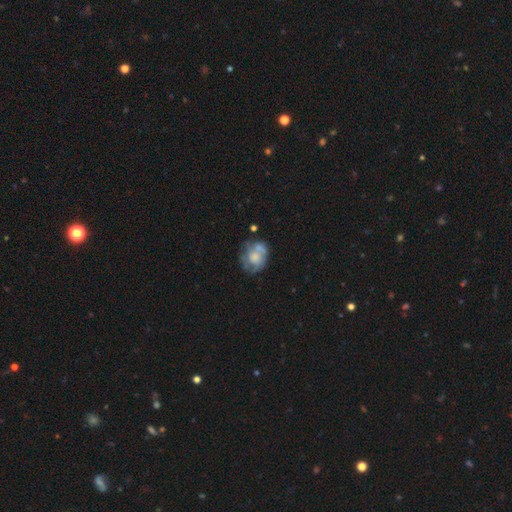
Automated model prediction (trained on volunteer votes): Smooth or featured?
  - featured or disk: 49% *
  - smooth: 42%
  - star or artifact: 8%
Merging?
  - none: 44% *
  - minor disturbance: 25%
  - major disturbance: 17%
  - merger: 14%